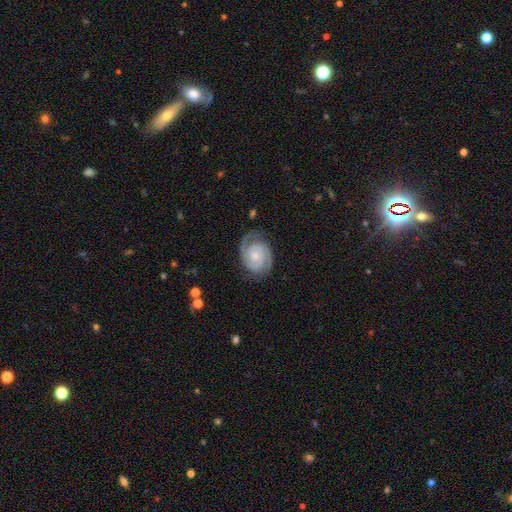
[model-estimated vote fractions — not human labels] Smooth or featured: featured or disk — 89% (smooth — 6%)
Edge-on disk: no — 98% (yes — 2%)
Bar: no — 67% (weak — 27%)
Spiral arms: yes — 98% (no — 2%)
Spiral winding: tight — 62% (medium — 33%)
Spiral arm count: 2 — 88% (3 — 4%)
Bulge size: small — 54% (moderate — 33%)
Merging: none — 78% (minor disturbance — 16%)